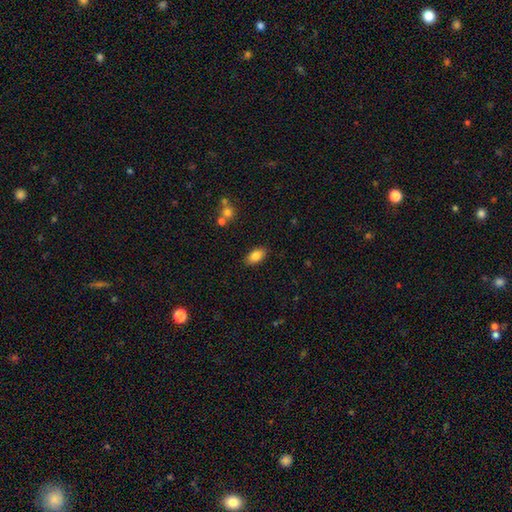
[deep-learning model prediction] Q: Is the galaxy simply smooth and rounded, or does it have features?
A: smooth — 84%.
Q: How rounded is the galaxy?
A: in between — 92%.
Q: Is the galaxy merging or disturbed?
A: none — 86%.